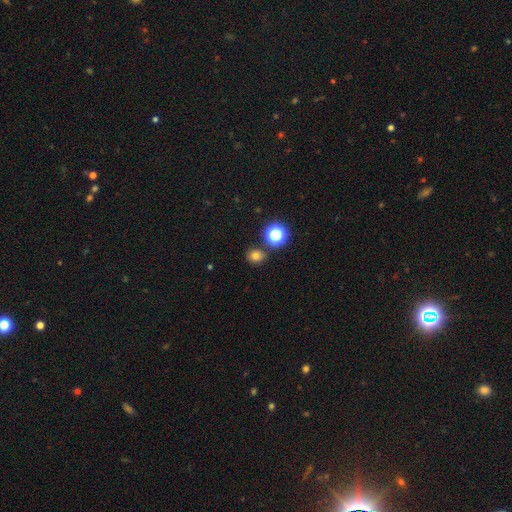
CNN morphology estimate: Smooth or featured? smooth (72%)
How rounded? round (72%)
Merging? none (80%)